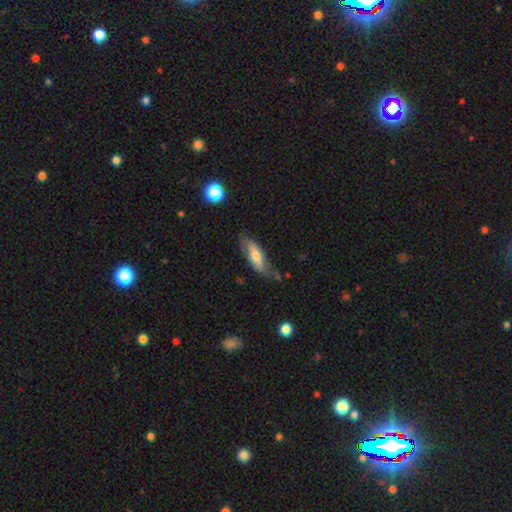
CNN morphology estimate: A smooth galaxy with no disk features (56%) that is in between round and cigar-shaped (62%).

Vote fractions:
- Smooth or featured? smooth: 56% / featured or disk: 38% / star or artifact: 6%
- How rounded? in between: 62% / cigar-shaped: 36% / round: 2%
- Merging? none: 55% / minor disturbance: 30% / major disturbance: 12% / merger: 3%